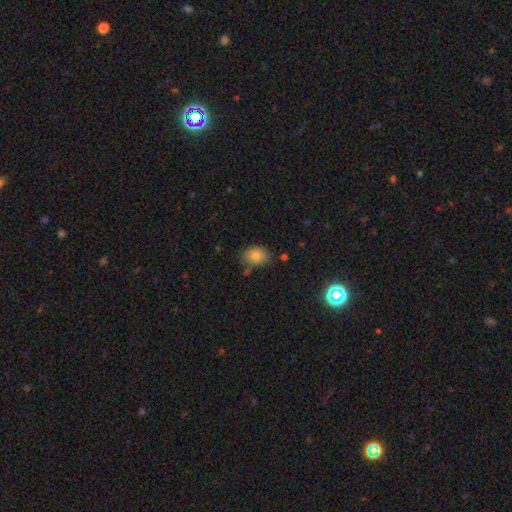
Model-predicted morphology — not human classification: A smooth galaxy with no disk features (82%) that is in between round and cigar-shaped (64%). Merging: none (73%).